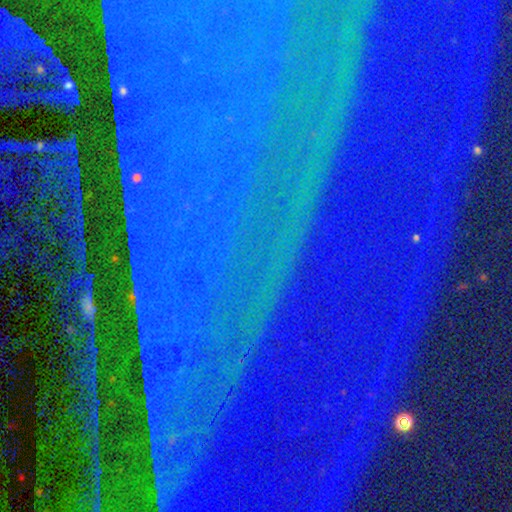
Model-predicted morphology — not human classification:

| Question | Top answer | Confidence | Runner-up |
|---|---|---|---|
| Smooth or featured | star or artifact | 88% | featured or disk (7%) |